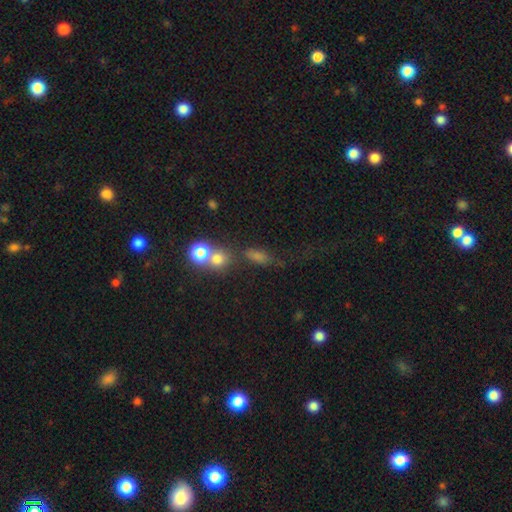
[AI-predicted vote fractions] A smooth galaxy with no disk features (67%) that is in between round and cigar-shaped (60%).

Vote fractions:
- Smooth or featured? smooth: 67% / star or artifact: 19% / featured or disk: 14%
- How rounded? in between: 60% / round: 23% / cigar-shaped: 17%
- Merging? none: 45% / merger: 26% / minor disturbance: 16% / major disturbance: 13%